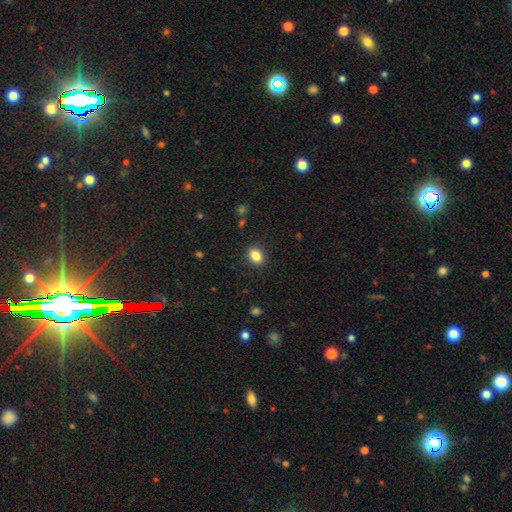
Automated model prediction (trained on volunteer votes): Smooth or featured? Predicted: smooth (p=0.85). How rounded? Predicted: in between (p=0.73). Merging? Predicted: none (p=0.87).